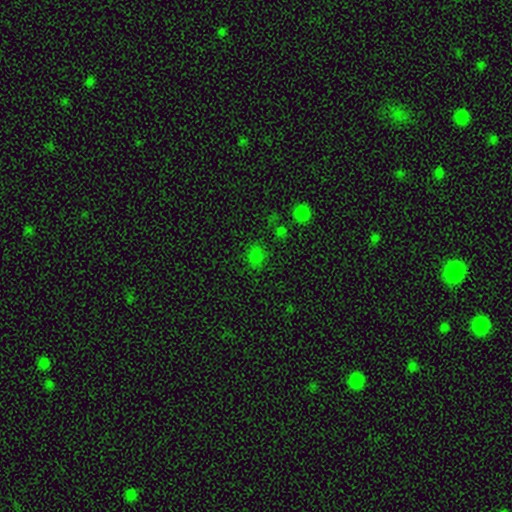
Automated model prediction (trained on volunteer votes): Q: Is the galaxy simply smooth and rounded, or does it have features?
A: smooth — 70%.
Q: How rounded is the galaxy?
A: round — 68%.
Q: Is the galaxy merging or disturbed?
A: none — 79%.